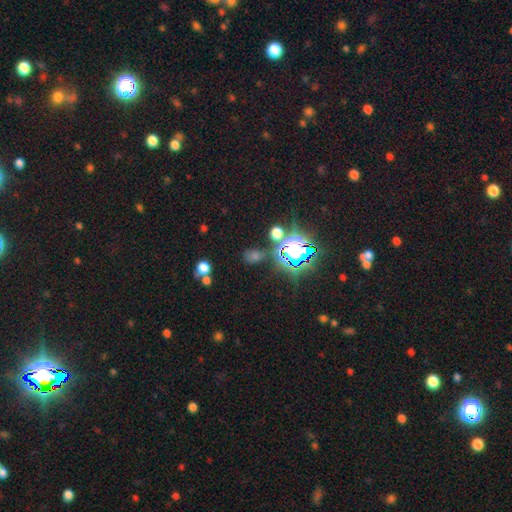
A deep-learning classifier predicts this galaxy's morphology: smooth-or-featured: star or artifact: 61% | smooth: 31% | featured or disk: 9%